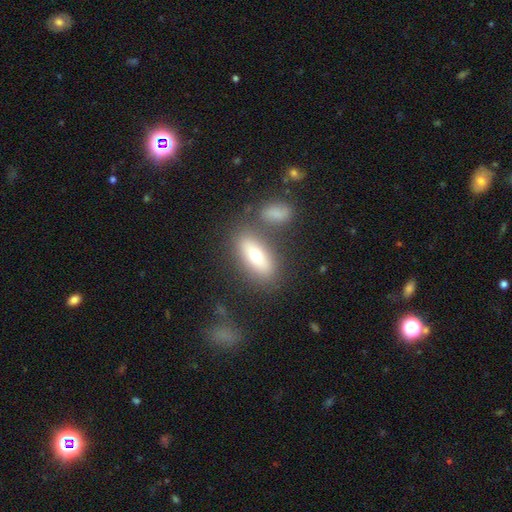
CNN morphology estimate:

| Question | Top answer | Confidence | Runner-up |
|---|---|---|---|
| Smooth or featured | smooth | 71% | featured or disk (21%) |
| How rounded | in between | 71% | cigar-shaped (25%) |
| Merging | none | 68% | merger (15%) |